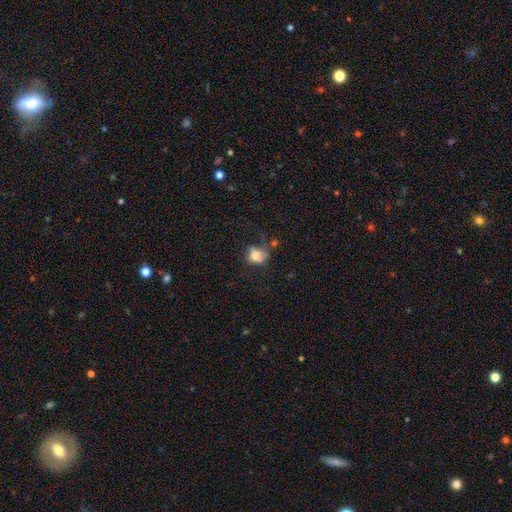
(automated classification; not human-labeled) smooth_or_featured: smooth (p=0.66) [alt: featured or disk p=0.20]
how_rounded: in between (p=0.50) [alt: round p=0.48]
merging: none (p=0.38) [alt: minor disturbance p=0.25]